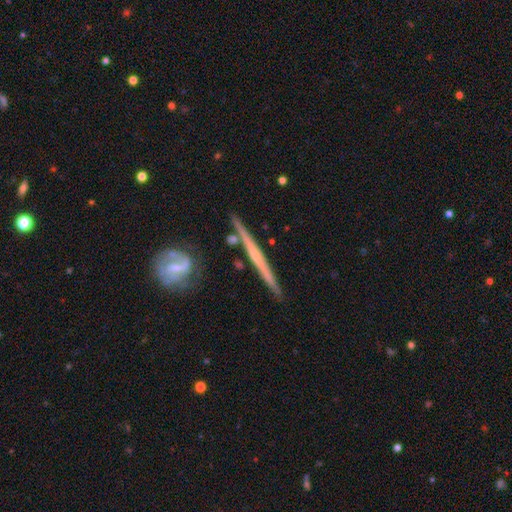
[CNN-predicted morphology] smooth-or-featured: featured or disk: 72% | smooth: 23% | star or artifact: 5%
  disk-edge-on: yes: 96% | no: 4%
    edge-on-bulge: none: 74% | rounded: 19% | boxy: 7%
  merging: none: 84% | minor disturbance: 10% | merger: 4% | major disturbance: 2%